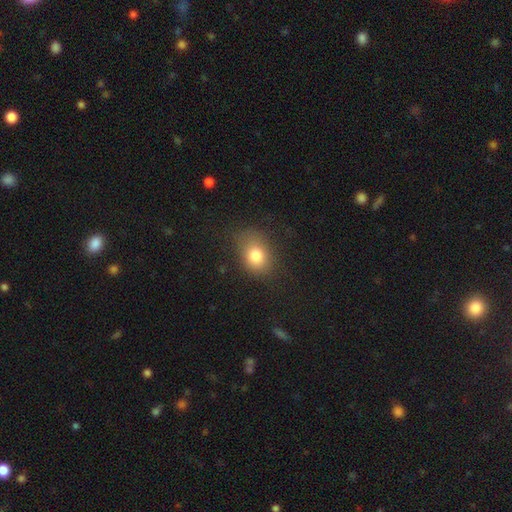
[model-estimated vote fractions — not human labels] Morphology: type=smooth (80%); roundness=in between (59%); merging=none (67%).